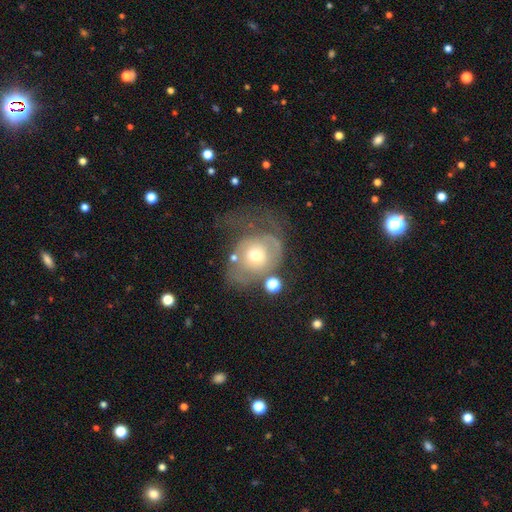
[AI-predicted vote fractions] The model was most divided on "spiral arms": yes: 52%, no: 48%. Remaining: edge-on disk — no (95%); bar — no (79%); bulge size — moderate (63%); smooth or featured — featured or disk (54%); merging — major disturbance (44%).